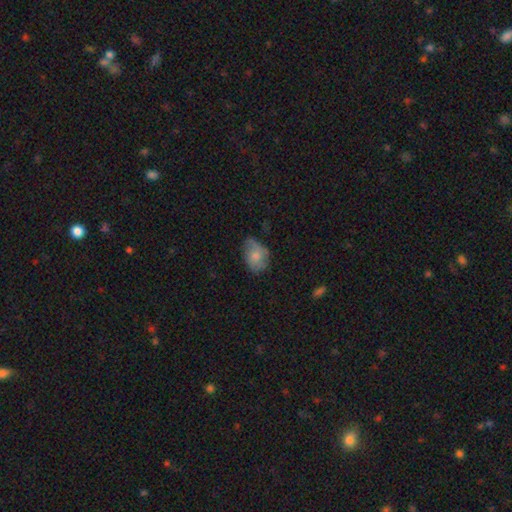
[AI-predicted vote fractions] A smooth galaxy with no disk features (68%) that is in between round and cigar-shaped (77%).

Vote fractions:
- Smooth or featured? smooth: 68% / featured or disk: 24% / star or artifact: 8%
- How rounded? in between: 77% / round: 21% / cigar-shaped: 1%
- Merging? none: 46% / minor disturbance: 38% / major disturbance: 14% / merger: 2%